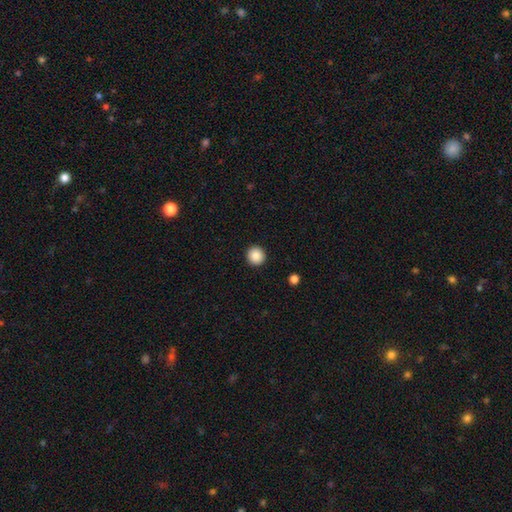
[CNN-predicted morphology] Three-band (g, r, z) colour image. It shows a smooth galaxy with no disk features (87%) that is round (95%). Merging: none (93%).